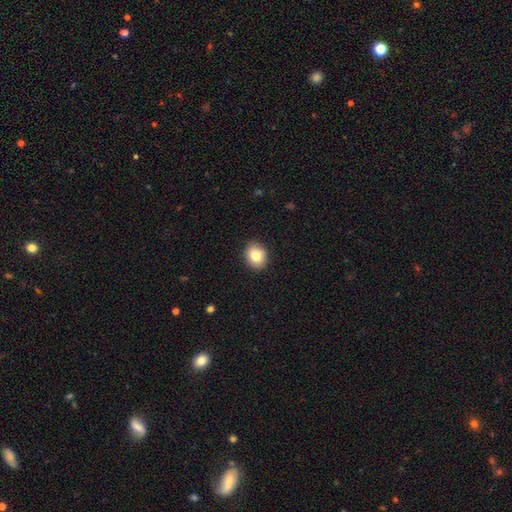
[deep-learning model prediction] Overall: smooth (82%). How rounded: round (55%; in between 44%). Merging: none (90%).